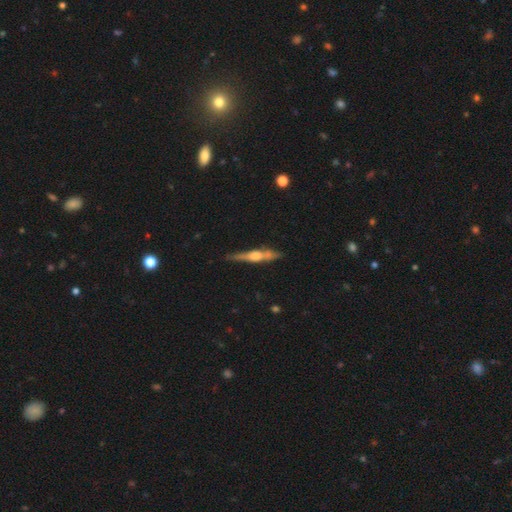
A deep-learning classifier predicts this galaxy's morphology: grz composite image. It shows a featured or disk galaxy (70%) viewed edge-on (97%) with a rounded central bulge (85%). Merging: none (80%).